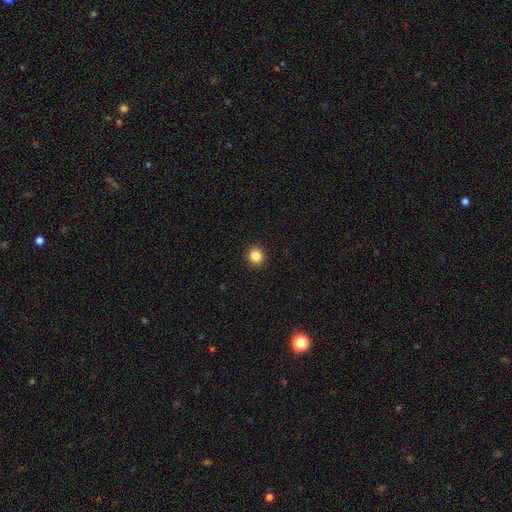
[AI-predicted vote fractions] A smooth galaxy with no disk features (85%) that is round (90%).

Vote fractions:
- Smooth or featured? smooth: 85% / star or artifact: 11% / featured or disk: 4%
- How rounded? round: 90% / in between: 10% / cigar-shaped: 1%
- Merging? none: 93% / minor disturbance: 4% / major disturbance: 2% / merger: 1%